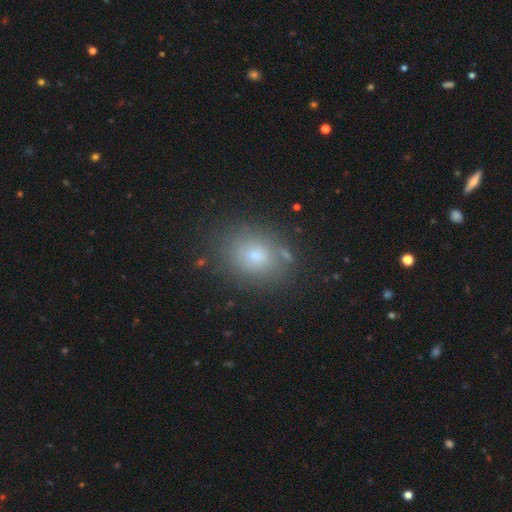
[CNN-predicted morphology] type=smooth (71%); roundness=in between (55%); merging=none (78%).